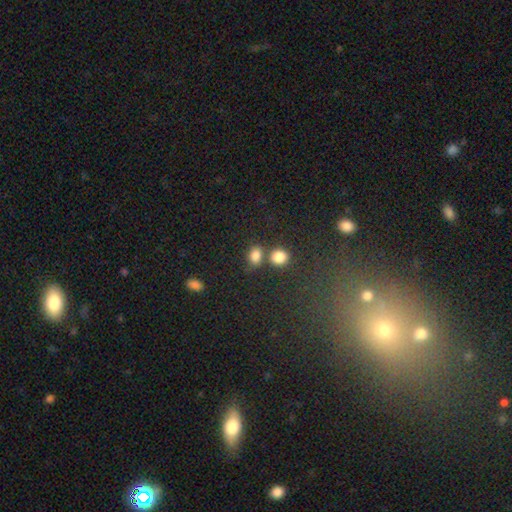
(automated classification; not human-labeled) Smooth or featured: smooth — 83% (star or artifact — 12%)
How rounded: in between — 57% (round — 42%)
Merging: none — 54% (merger — 30%)